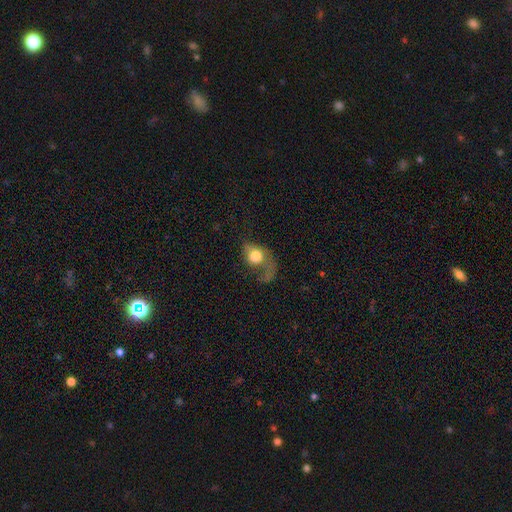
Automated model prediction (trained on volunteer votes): Smooth or featured?
  - smooth: 58% *
  - featured or disk: 33%
  - star or artifact: 9%
How rounded?
  - in between: 50% *
  - round: 49%
  - cigar-shaped: 2%
Merging?
  - major disturbance: 64% *
  - none: 17%
  - minor disturbance: 14%
  - merger: 5%